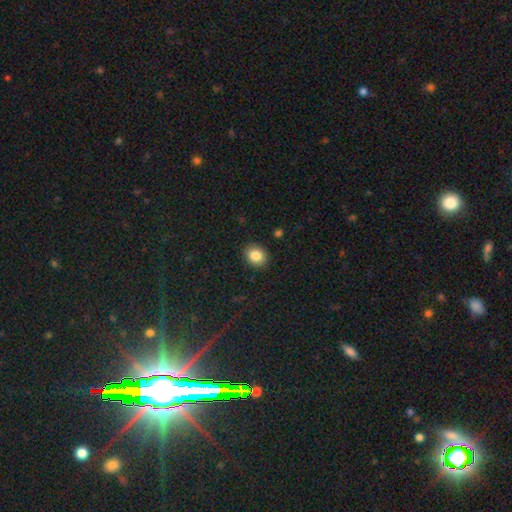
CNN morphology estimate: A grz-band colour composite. It shows a smooth galaxy with no disk features (86%) that is round (60%). Merging: none (89%).